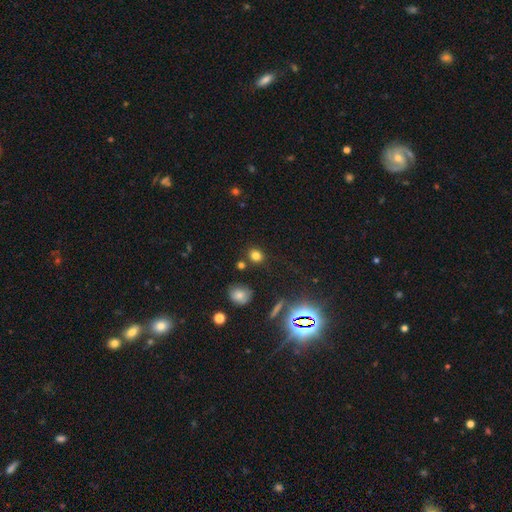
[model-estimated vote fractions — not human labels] Q: Smooth or featured?
A: smooth (75%); runner-up: star or artifact (19%)
Q: How rounded?
A: round (81%); runner-up: in between (17%)
Q: Merging?
A: none (83%); runner-up: minor disturbance (9%)